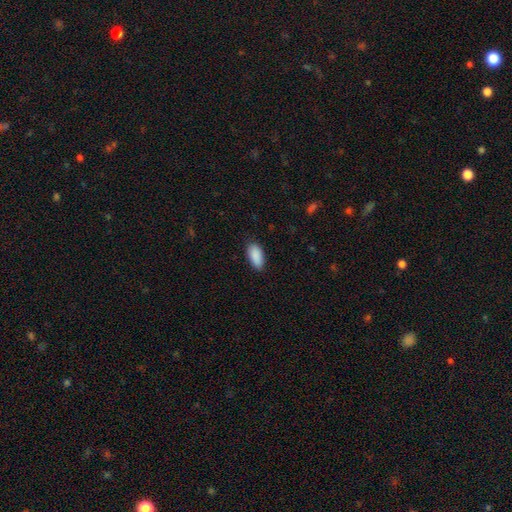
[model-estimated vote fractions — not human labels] smooth 90%, star or artifact 6%, featured or disk 3%. Down the decision tree: how rounded — in between (90%); merging — none (84%).